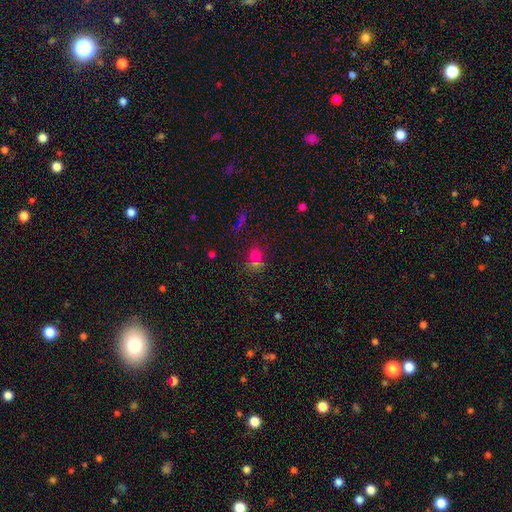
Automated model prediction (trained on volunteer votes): A smooth galaxy with no disk features (62%) that is round (62%).

Vote fractions:
- Smooth or featured? smooth: 62% / star or artifact: 29% / featured or disk: 9%
- How rounded? round: 62% / in between: 35% / cigar-shaped: 3%
- Merging? none: 57% / merger: 25% / minor disturbance: 12% / major disturbance: 7%